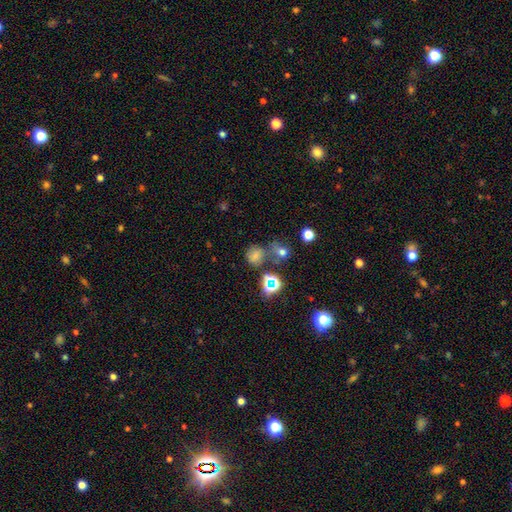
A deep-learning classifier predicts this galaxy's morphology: A smooth galaxy with no disk features (60%) that is round (69%). Merging: none (53%).